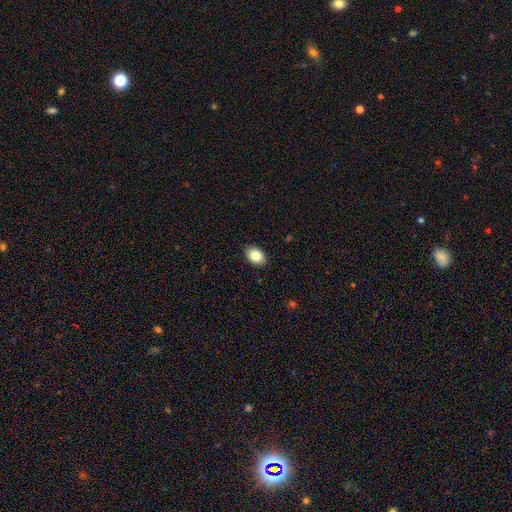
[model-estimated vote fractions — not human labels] Smooth or featured? Predicted: smooth (p=0.84). How rounded? Predicted: in between (p=0.83). Merging? Predicted: none (p=0.90).